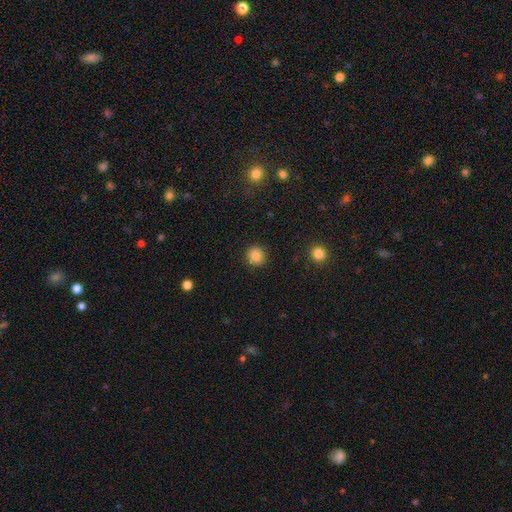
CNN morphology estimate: Q: Smooth or featured?
A: smooth (85%); runner-up: star or artifact (10%)
Q: How rounded?
A: round (88%); runner-up: in between (11%)
Q: Merging?
A: none (91%); runner-up: minor disturbance (6%)